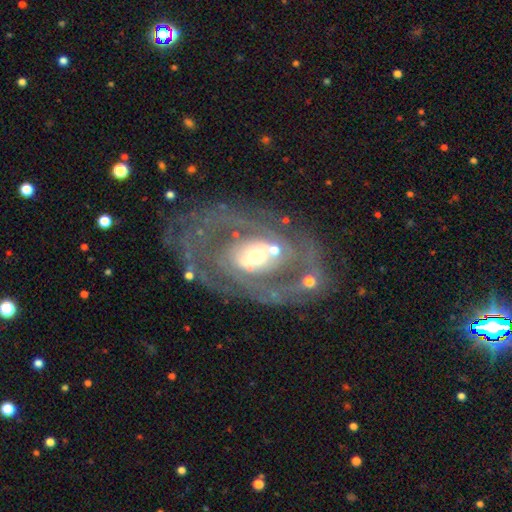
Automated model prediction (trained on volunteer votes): Smooth or featured? featured or disk (84%)
Edge-on disk? no (95%)
Bar? no (50%)
Spiral arms? yes (81%)
Spiral winding? tight (44%)
Spiral arm count? 2 (58%)
Bulge size? moderate (56%)
Merging? none (60%)